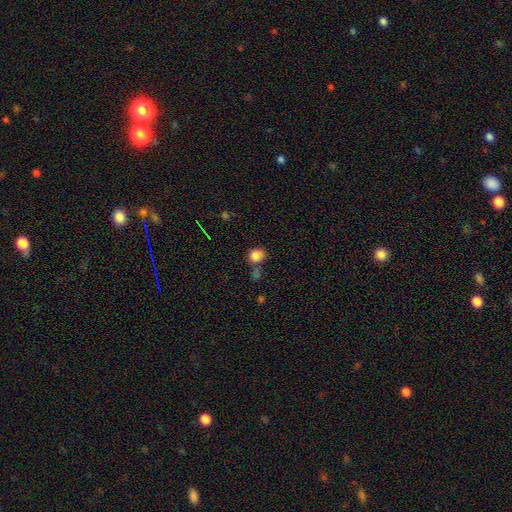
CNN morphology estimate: Q: Smooth or featured?
A: smooth (83%); runner-up: star or artifact (11%)
Q: How rounded?
A: round (73%); runner-up: in between (26%)
Q: Merging?
A: none (57%); runner-up: merger (20%)